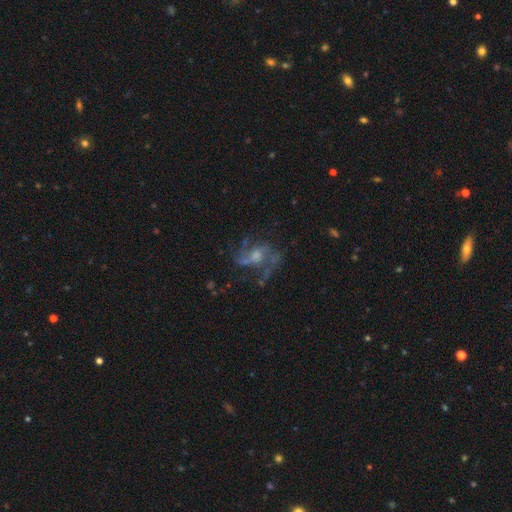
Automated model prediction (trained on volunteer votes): featured or disk 78%, star or artifact 12%, smooth 10%. Down the decision tree: edge-on disk — no (96%); bar — no (56%); spiral arms — yes (87%); spiral arm count — 2 (56%); spiral winding — loose (50%); bulge size — moderate (44%); merging — none (55%).